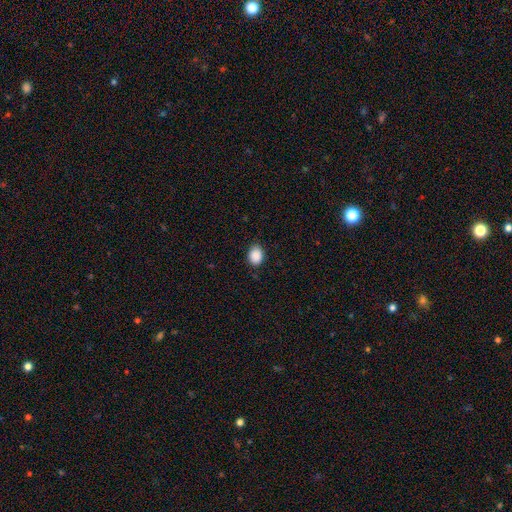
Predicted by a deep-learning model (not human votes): The model was most divided on "how rounded": in between: 60%, round: 39%, cigar-shaped: 1%. More confident: smooth or featured — smooth (89%); merging — none (84%).